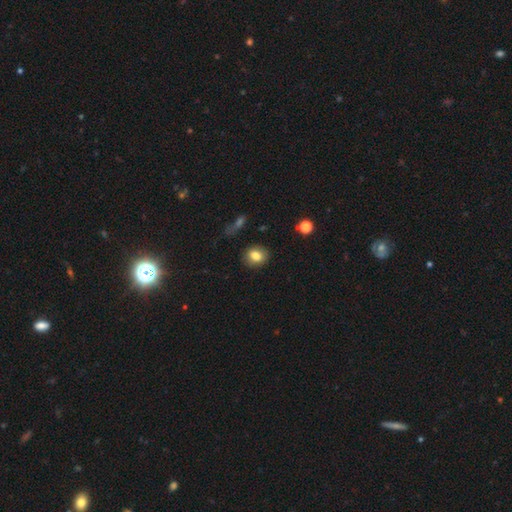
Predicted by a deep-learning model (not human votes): This is clearly a smooth galaxy (81%). How rounded: possibly round (57%). Merging: clearly none (85%).